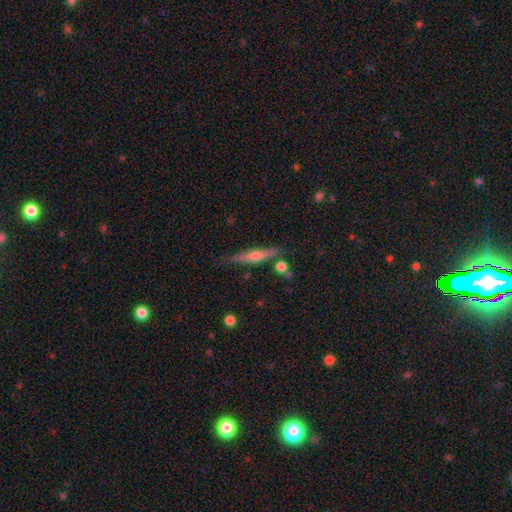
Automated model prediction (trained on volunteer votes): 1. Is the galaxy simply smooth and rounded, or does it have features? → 64% featured or disk, 28% smooth, 7% star or artifact.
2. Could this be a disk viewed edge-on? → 96% yes, 4% no.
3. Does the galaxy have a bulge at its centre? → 84% rounded, 9% none, 6% boxy.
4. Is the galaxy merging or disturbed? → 78% none, 14% minor disturbance, 5% merger, 3% major disturbance.